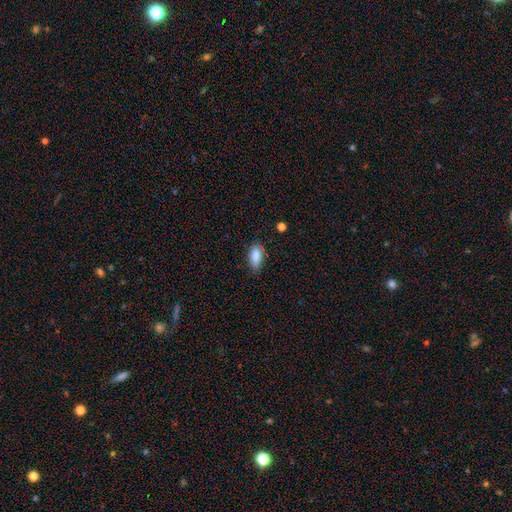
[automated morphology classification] Smooth or featured? smooth (85%)
How rounded? in between (89%)
Merging? none (73%)